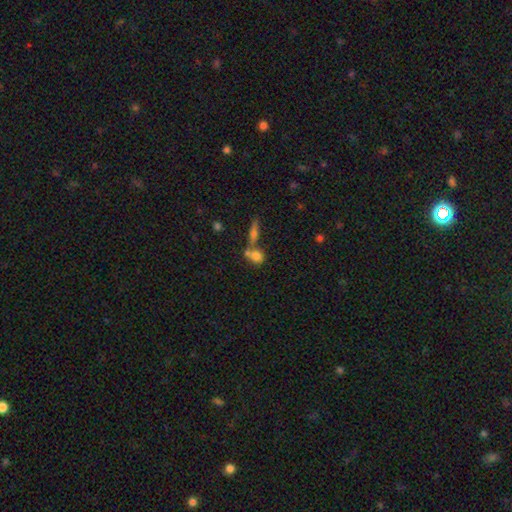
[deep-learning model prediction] Smooth or featured? Predicted: smooth (p=0.74). How rounded? Predicted: round (p=0.51). Merging? Predicted: merger (p=0.43, tied with none).